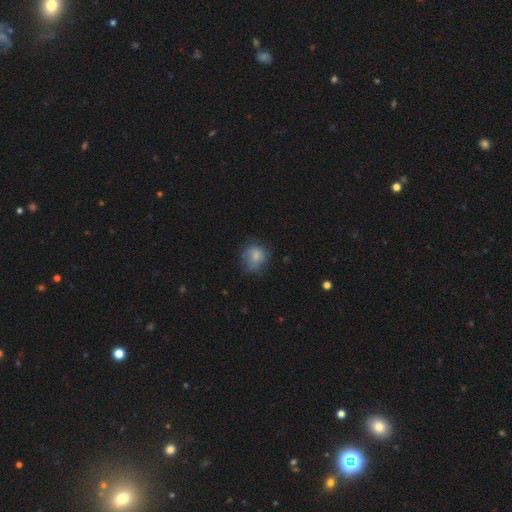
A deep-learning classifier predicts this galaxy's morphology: smooth-or-featured: smooth: 75% | featured or disk: 15% | star or artifact: 10%
  how-rounded: round: 74% | in between: 25% | cigar-shaped: 1%
  merging: none: 56% | minor disturbance: 27% | major disturbance: 15% | merger: 1%